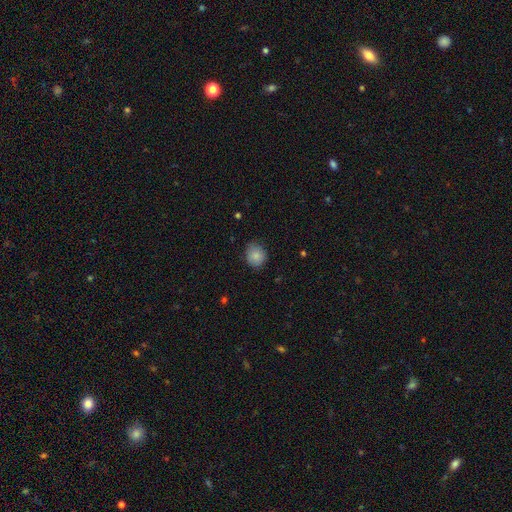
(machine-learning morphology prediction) The model was most divided on "how rounded": round: 72%, in between: 27%, cigar-shaped: 1%. More confident: smooth or featured — smooth (86%); merging — none (77%).